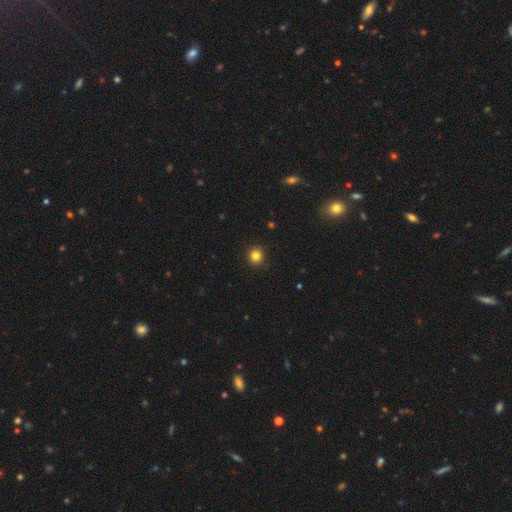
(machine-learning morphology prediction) This appears to be a smooth galaxy with no disk features (83%) that is round (94%). Merging: none (92%).